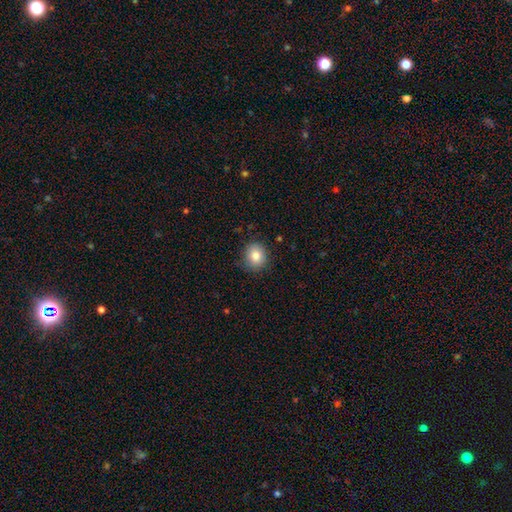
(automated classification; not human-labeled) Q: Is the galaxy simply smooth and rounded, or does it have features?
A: smooth — 84%.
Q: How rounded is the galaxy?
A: round — 76%.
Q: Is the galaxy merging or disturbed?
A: none — 86%.